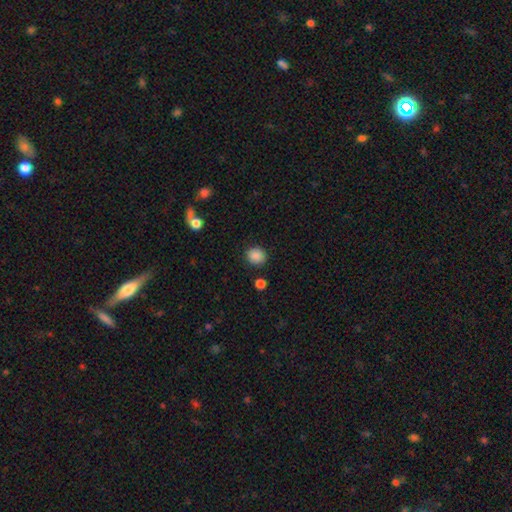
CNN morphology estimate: smooth 87%, star or artifact 9%, featured or disk 3%. Down the decision tree: how rounded — round (84%); merging — none (87%).